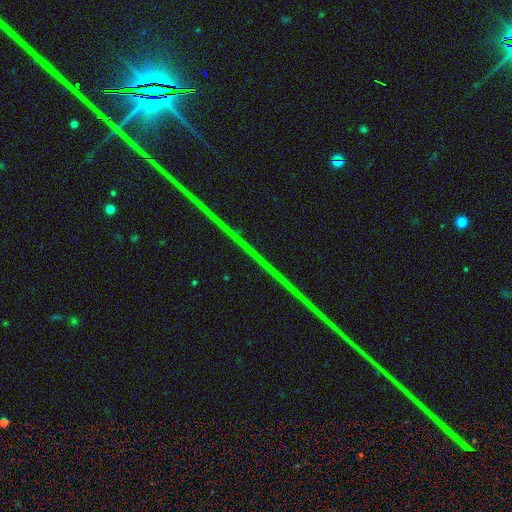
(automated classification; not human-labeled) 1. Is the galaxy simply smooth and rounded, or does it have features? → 88% star or artifact, 7% featured or disk, 5% smooth.